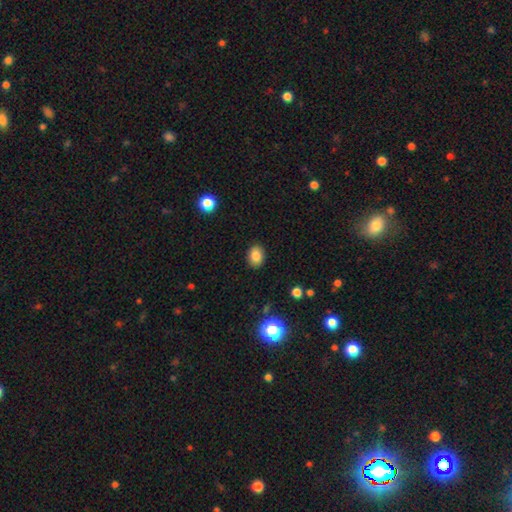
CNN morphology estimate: The model was most divided on "how rounded": in between: 67%, round: 32%, cigar-shaped: 1%. More confident: merging — none (89%); smooth or featured — smooth (84%).